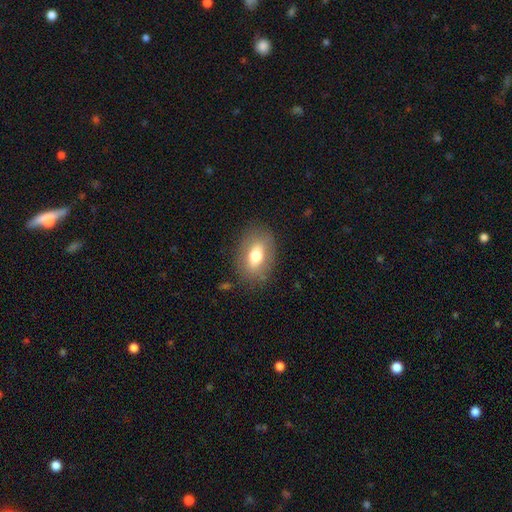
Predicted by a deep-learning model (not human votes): This is likely a smooth galaxy (68%). How rounded: clearly in between (82%). Merging: clearly none (82%).